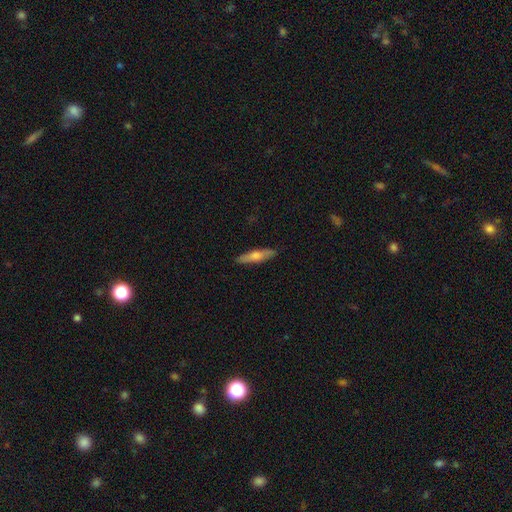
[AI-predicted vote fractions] Q: Smooth or featured?
A: smooth (61%); runner-up: featured or disk (33%)
Q: How rounded?
A: cigar-shaped (79%); runner-up: in between (20%)
Q: Merging?
A: none (88%); runner-up: minor disturbance (9%)